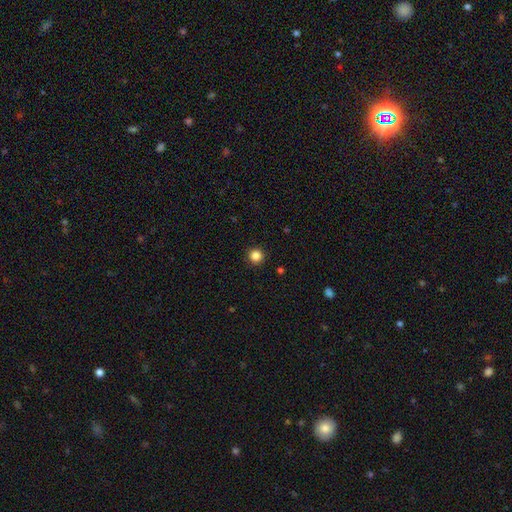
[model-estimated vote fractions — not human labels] This appears to be a smooth galaxy with no disk features (85%) that is round (96%). Merging: none (93%).